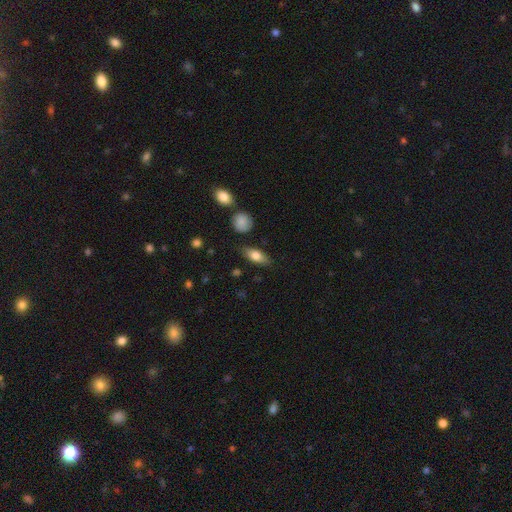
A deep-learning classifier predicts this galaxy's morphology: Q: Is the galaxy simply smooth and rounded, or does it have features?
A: smooth — 73%.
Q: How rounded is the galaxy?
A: in between — 79%.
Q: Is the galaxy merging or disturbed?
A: none — 81%.